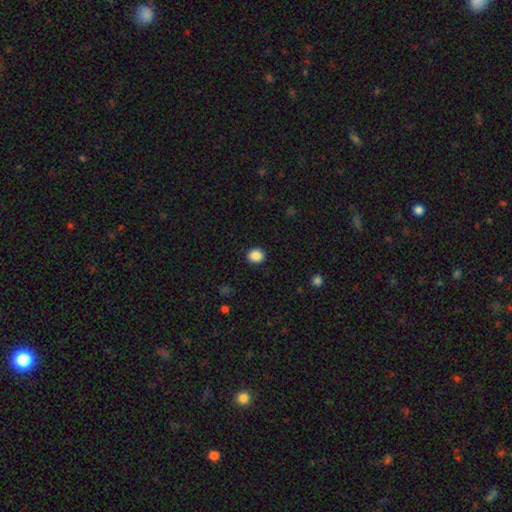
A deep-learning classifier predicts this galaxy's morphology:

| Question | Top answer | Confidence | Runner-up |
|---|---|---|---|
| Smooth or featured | smooth | 88% | star or artifact (9%) |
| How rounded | round | 71% | in between (28%) |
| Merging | none | 91% | minor disturbance (6%) |